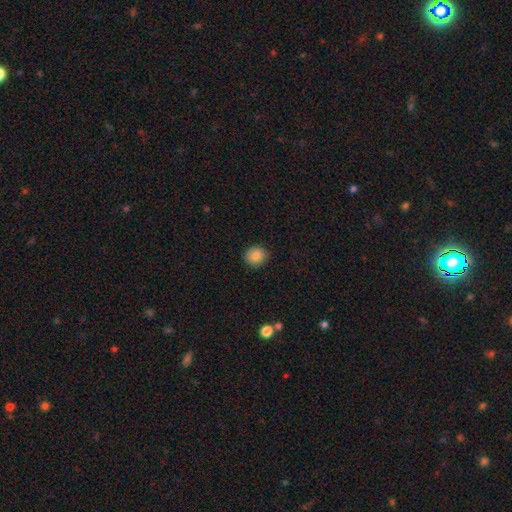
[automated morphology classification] Q: Smooth or featured?
A: smooth (87%); runner-up: star or artifact (9%)
Q: How rounded?
A: round (88%); runner-up: in between (11%)
Q: Merging?
A: none (89%); runner-up: minor disturbance (8%)